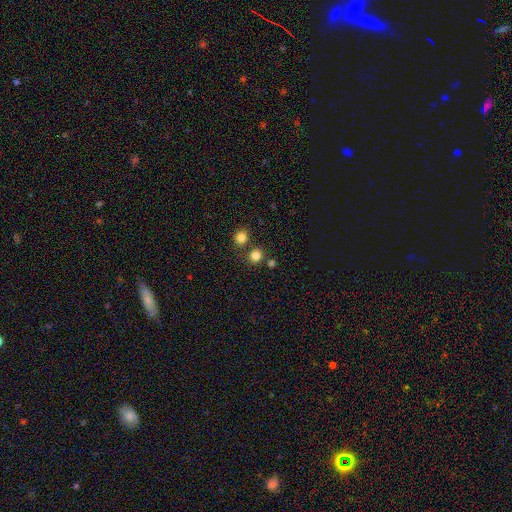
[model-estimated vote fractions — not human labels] A smooth galaxy with no disk features (81%) that is round (87%). Merging: none (74%).